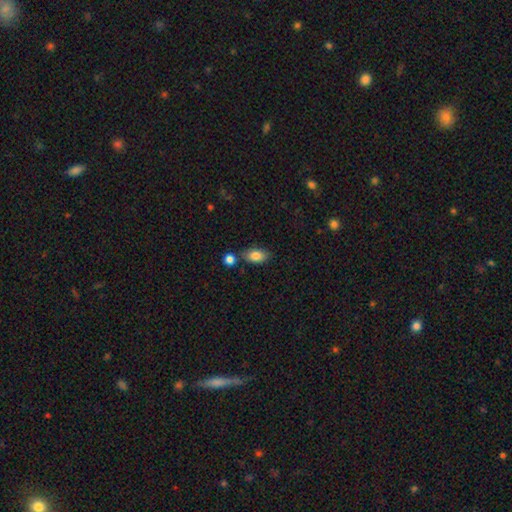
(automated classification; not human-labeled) Smooth or featured?
  - smooth: 84% *
  - featured or disk: 9%
  - star or artifact: 8%
How rounded?
  - in between: 89% *
  - round: 8%
  - cigar-shaped: 3%
Merging?
  - none: 73% *
  - minor disturbance: 13%
  - merger: 11%
  - major disturbance: 3%